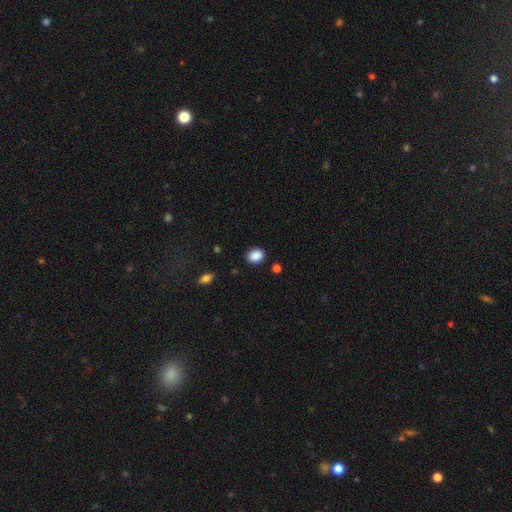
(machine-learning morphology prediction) A smooth galaxy with no disk features (88%) that is in between round and cigar-shaped (66%). Merging: none (86%).